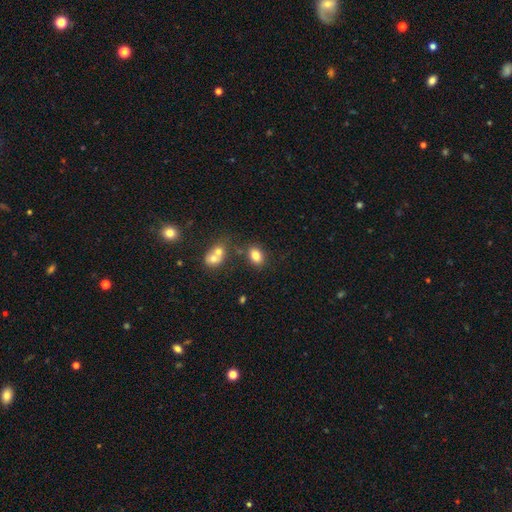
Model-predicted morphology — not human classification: Overall: smooth (81%). How rounded: in between (74%). Merging: none (72%).